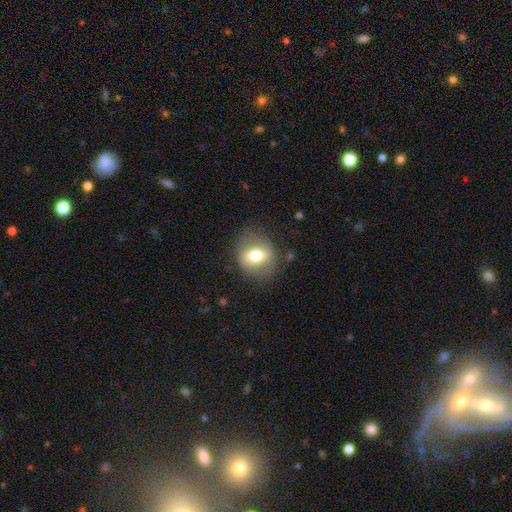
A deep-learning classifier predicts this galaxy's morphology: Smooth or featured? Predicted: smooth (p=0.57). How rounded? Predicted: round (p=0.60). Merging? Predicted: none (p=0.78).